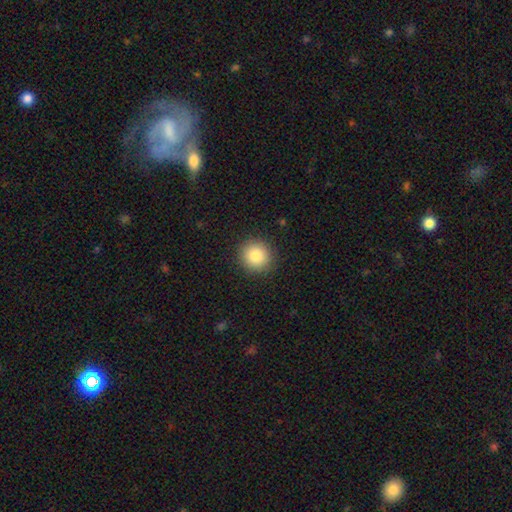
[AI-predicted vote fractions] Q: Smooth or featured?
A: smooth (85%); runner-up: star or artifact (9%)
Q: How rounded?
A: round (92%); runner-up: in between (7%)
Q: Merging?
A: none (91%); runner-up: minor disturbance (6%)